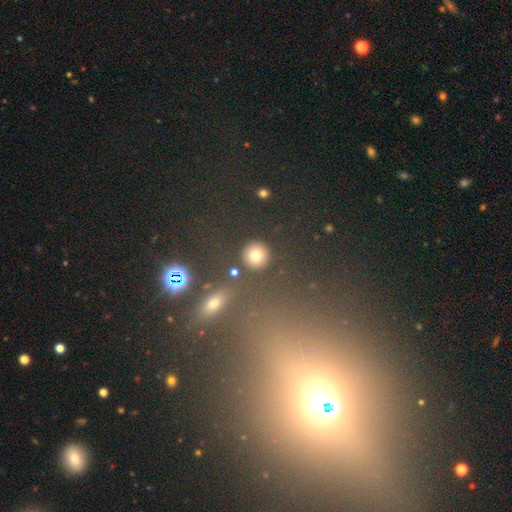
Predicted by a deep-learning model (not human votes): The model was most divided on "smooth or featured": smooth: 80%, star or artifact: 14%, featured or disk: 7%. More confident: how rounded — round (93%); merging — none (87%).